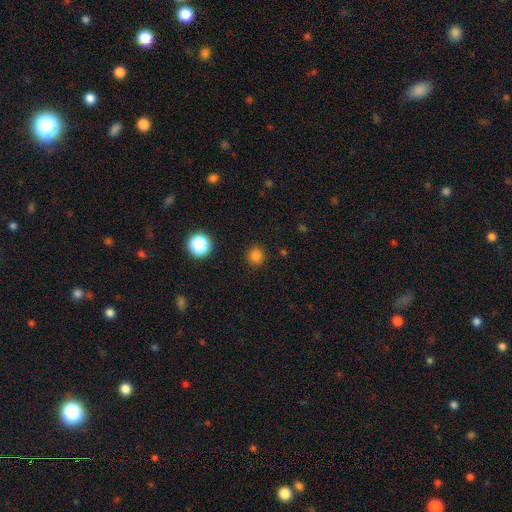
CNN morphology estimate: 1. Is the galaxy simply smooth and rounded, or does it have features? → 80% smooth, 16% star or artifact, 4% featured or disk.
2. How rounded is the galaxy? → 93% round, 6% in between, 1% cigar-shaped.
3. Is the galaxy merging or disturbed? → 91% none, 6% minor disturbance, 2% major disturbance, 1% merger.